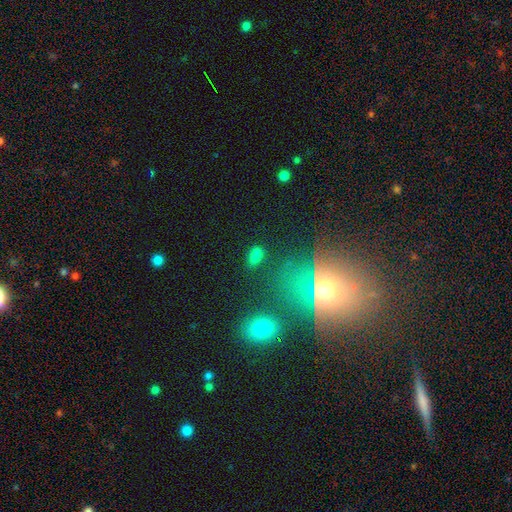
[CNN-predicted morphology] Overall: smooth (64%; star or artifact 24%). How rounded: in between (78%). Merging: none (53%; merger 24%).